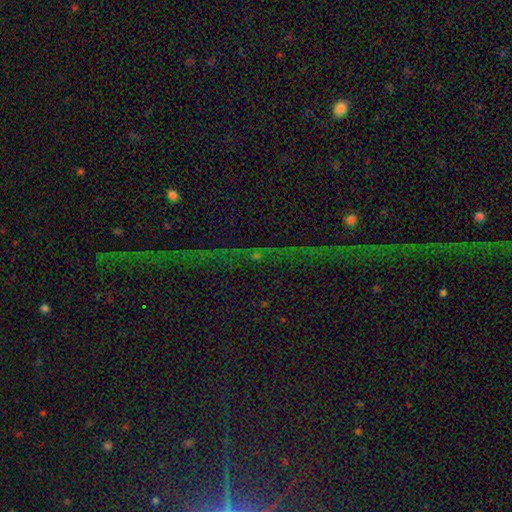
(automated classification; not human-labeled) Morphology: type=star or artifact (71%).